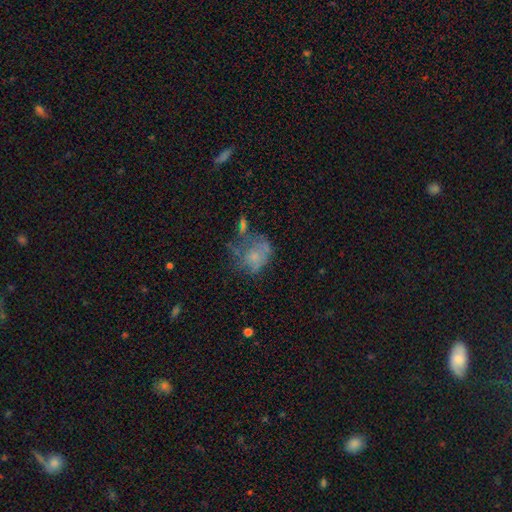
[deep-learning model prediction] A smooth galaxy with no disk features (46%). Merging: none (37%).